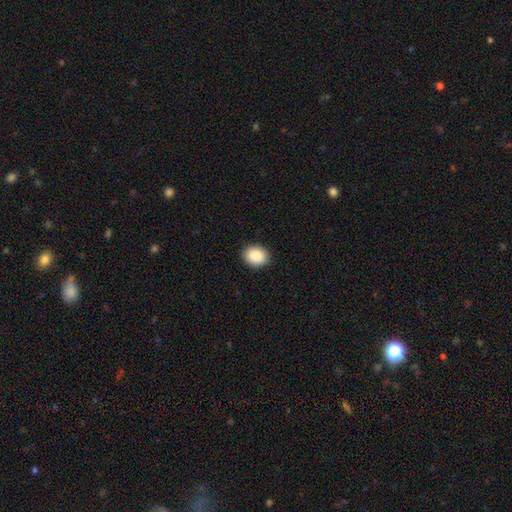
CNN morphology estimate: smooth 89%, star or artifact 7%, featured or disk 3%. Down the decision tree: how rounded — in between (51%); merging — none (90%).